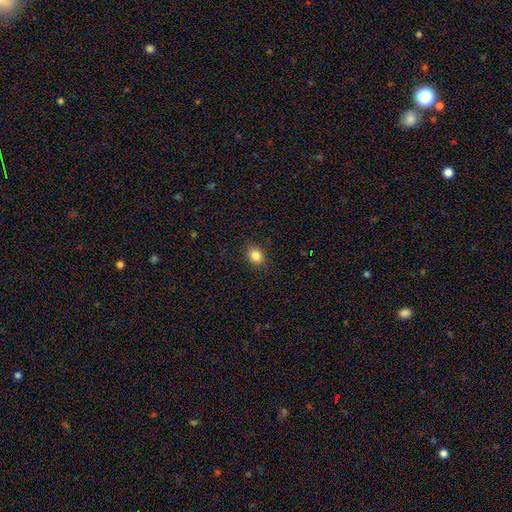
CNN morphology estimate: A smooth galaxy with no disk features (85%) that is in between round and cigar-shaped (59%). Merging: none (88%).